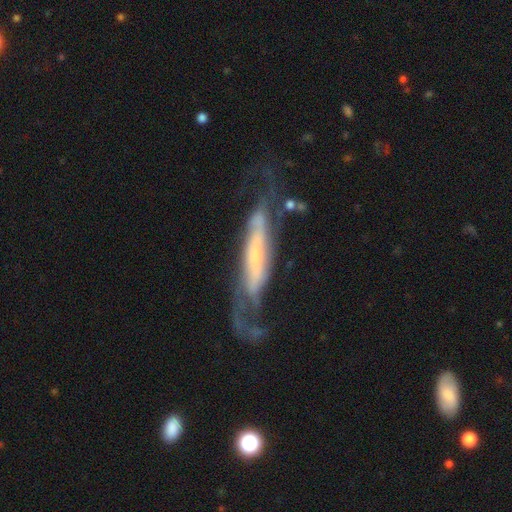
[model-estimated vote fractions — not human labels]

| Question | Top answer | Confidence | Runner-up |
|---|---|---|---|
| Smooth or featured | featured or disk | 76% | smooth (18%) |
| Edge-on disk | no | 59% | yes (41%) |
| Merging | none | 48% | major disturbance (27%) |